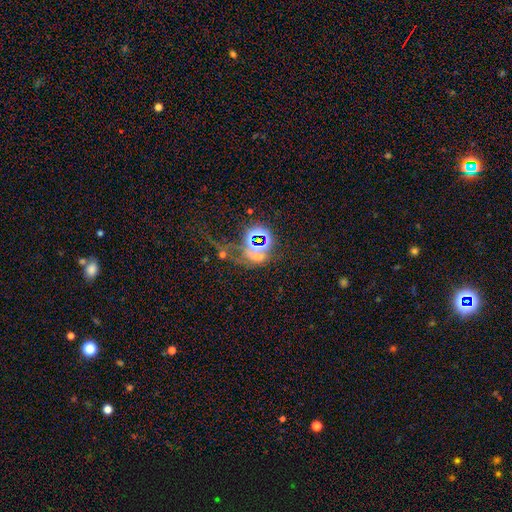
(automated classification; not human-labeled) Smooth or featured? star or artifact (67%)